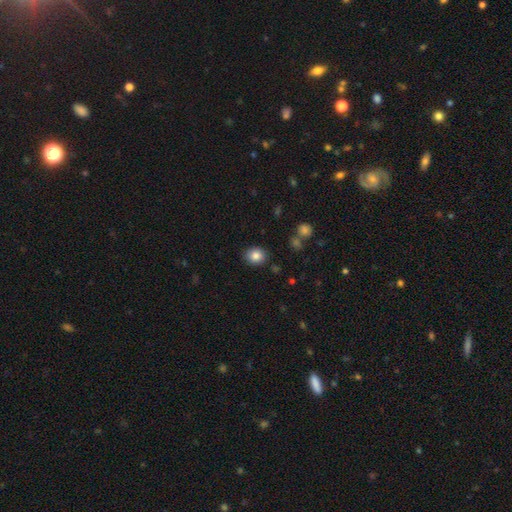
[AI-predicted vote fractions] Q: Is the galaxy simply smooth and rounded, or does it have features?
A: smooth — 84%.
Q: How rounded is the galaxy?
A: round — 70%.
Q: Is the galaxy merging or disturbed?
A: none — 87%.